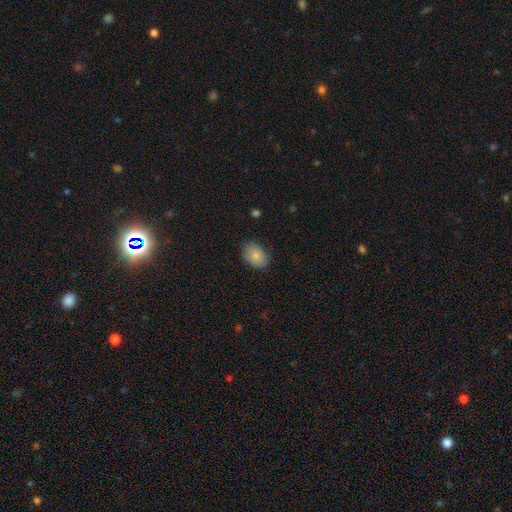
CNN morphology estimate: The model was most divided on "how rounded": in between: 77%, round: 22%, cigar-shaped: 1%. More confident: smooth or featured — smooth (83%); merging — none (82%).